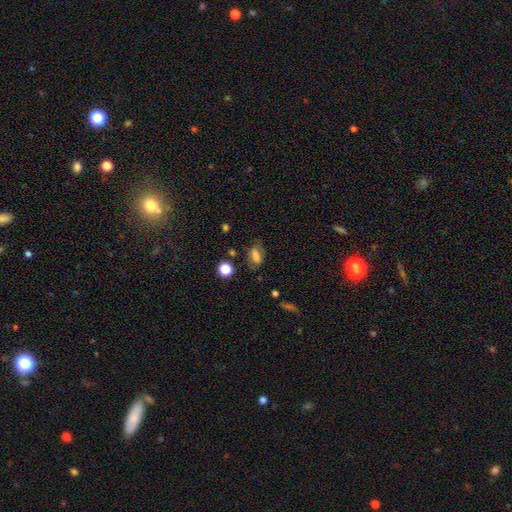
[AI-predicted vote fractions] smooth-or-featured: smooth: 74% | featured or disk: 14% | star or artifact: 12%
  how-rounded: in between: 79% | round: 12% | cigar-shaped: 9%
  merging: none: 70% | minor disturbance: 20% | major disturbance: 7% | merger: 3%